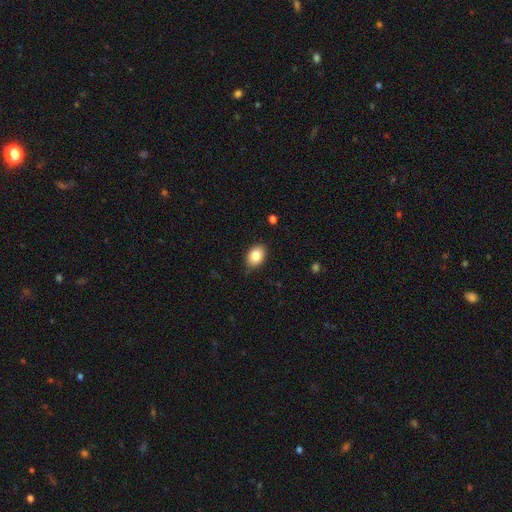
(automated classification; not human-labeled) Smooth or featured? smooth (84%)
How rounded? in between (78%)
Merging? none (81%)